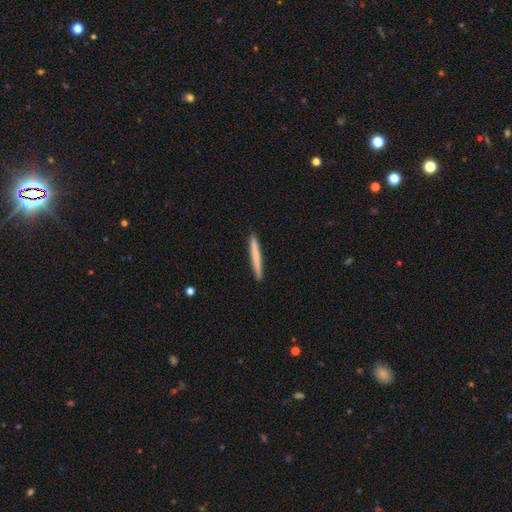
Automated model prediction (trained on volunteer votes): This appears to be a smooth galaxy with no disk features (68%) that is cigar-shaped (97%). Merging: none (92%).